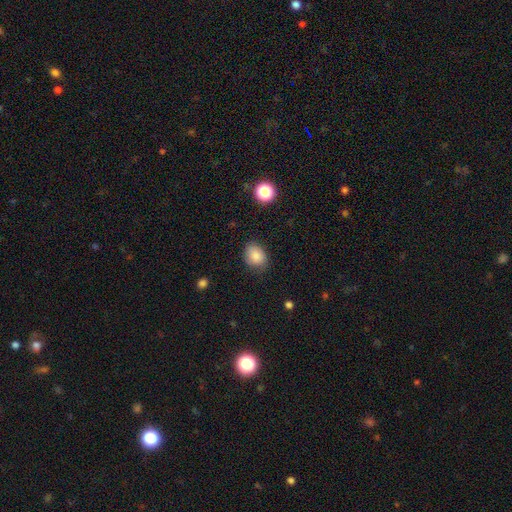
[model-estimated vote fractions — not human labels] This is clearly a smooth galaxy (86%). How rounded: possibly in between (60%). Merging: likely none (77%).